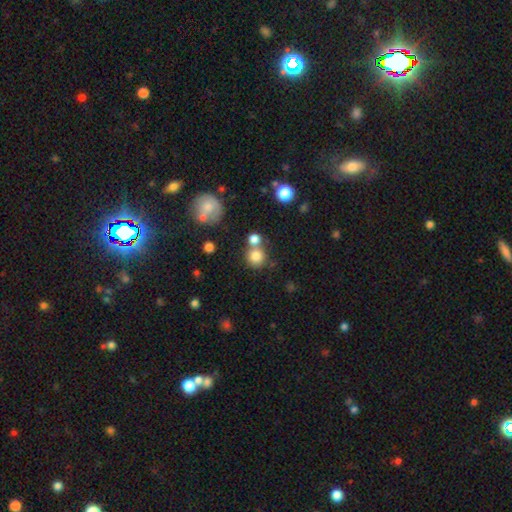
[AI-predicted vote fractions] This appears to be a smooth galaxy with no disk features (80%) that is round (88%). Merging: none (56%).